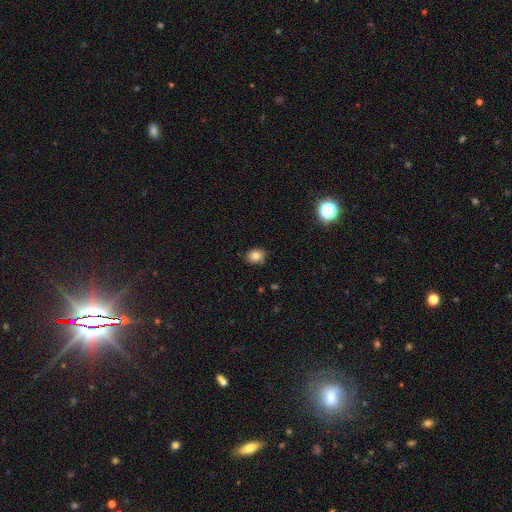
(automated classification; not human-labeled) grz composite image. It shows a smooth galaxy with no disk features (80%) that is round (51%). Merging: none (86%).